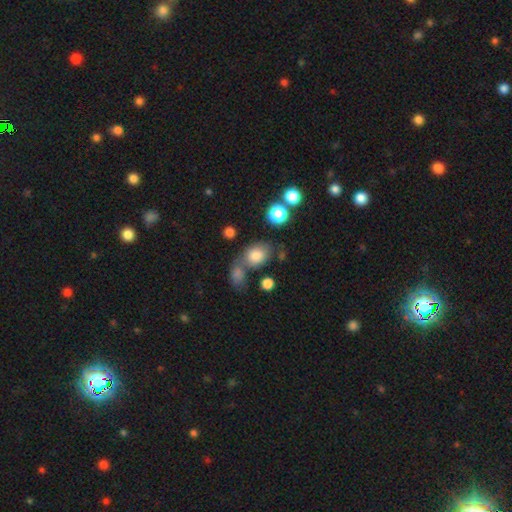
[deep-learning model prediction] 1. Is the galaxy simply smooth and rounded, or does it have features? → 80% smooth, 11% star or artifact, 9% featured or disk.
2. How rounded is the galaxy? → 65% in between, 34% round, 1% cigar-shaped.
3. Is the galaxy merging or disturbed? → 51% none, 27% merger, 15% minor disturbance, 7% major disturbance.